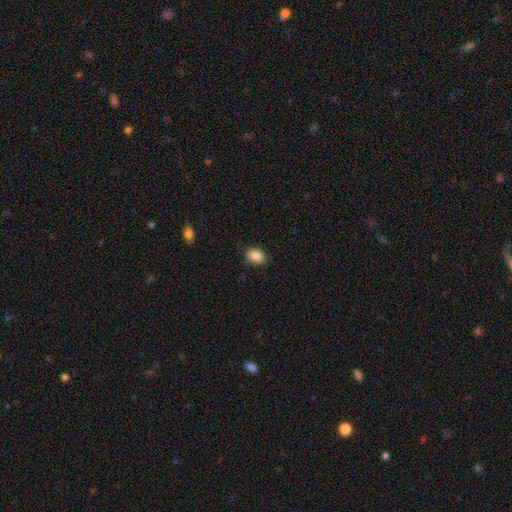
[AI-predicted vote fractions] Smooth or featured?
  - smooth: 87% *
  - star or artifact: 8%
  - featured or disk: 5%
How rounded?
  - in between: 75% *
  - round: 24%
  - cigar-shaped: 1%
Merging?
  - none: 86% *
  - minor disturbance: 11%
  - major disturbance: 2%
  - merger: 1%